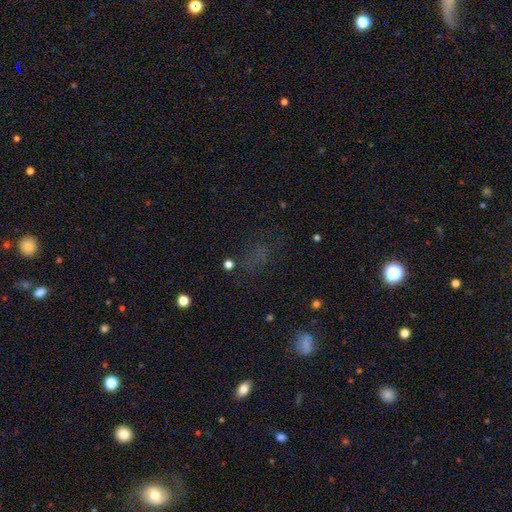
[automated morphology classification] Smooth or featured?
  - star or artifact: 48% *
  - smooth: 38%
  - featured or disk: 14%